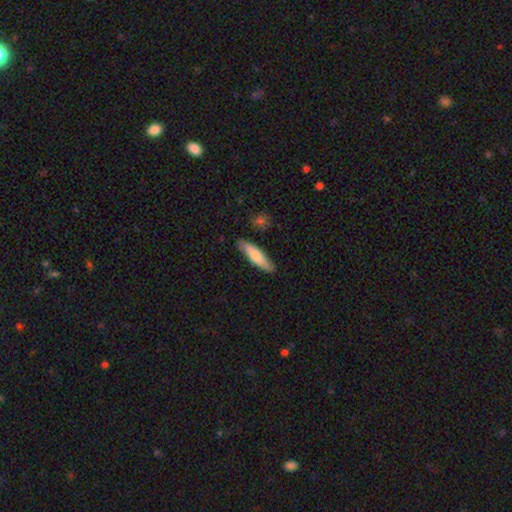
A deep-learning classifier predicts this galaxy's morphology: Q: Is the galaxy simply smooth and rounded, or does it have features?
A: smooth — 75%.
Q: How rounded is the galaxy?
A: cigar-shaped — 72%.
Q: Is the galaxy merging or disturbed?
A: none — 84%.